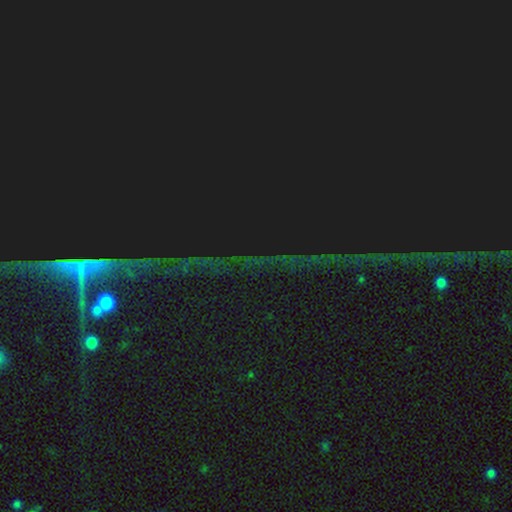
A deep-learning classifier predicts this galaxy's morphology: star or artifact 85%, featured or disk 8%, smooth 7%.